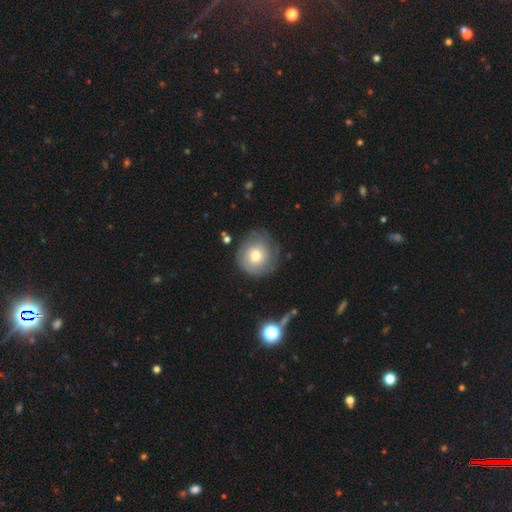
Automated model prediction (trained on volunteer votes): The model was most divided on "smooth or featured": smooth: 57%, featured or disk: 35%, star or artifact: 9%. More confident: how rounded — round (91%); merging — none (74%).